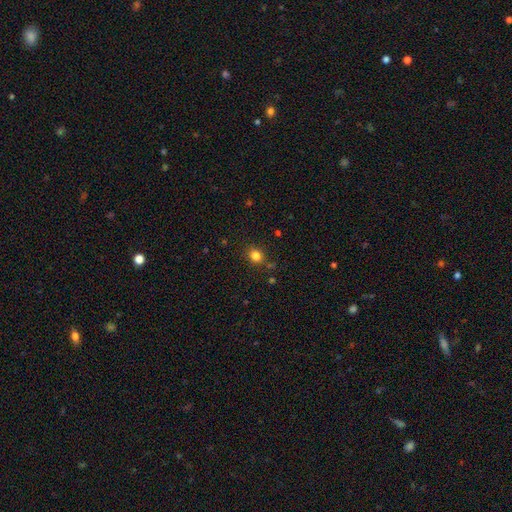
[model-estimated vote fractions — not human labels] Smooth or featured: smooth — 81% (star or artifact — 14%)
How rounded: round — 78% (in between — 21%)
Merging: none — 84% (minor disturbance — 10%)